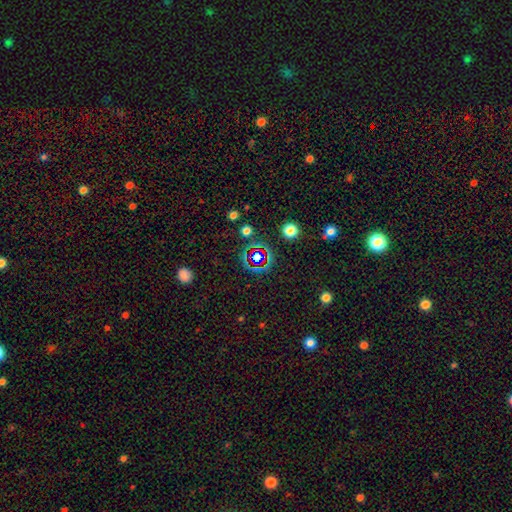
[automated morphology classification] Smooth or featured? star or artifact (66%)